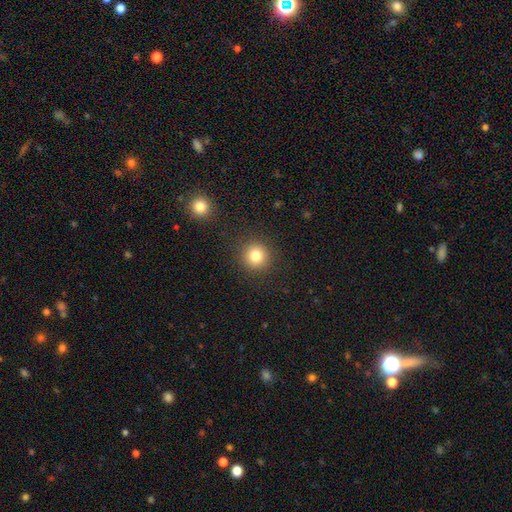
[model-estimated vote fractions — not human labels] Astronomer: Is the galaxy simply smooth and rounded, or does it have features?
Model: smooth — 80%.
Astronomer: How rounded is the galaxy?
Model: round — 94%.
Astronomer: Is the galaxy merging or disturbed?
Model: none — 90%.